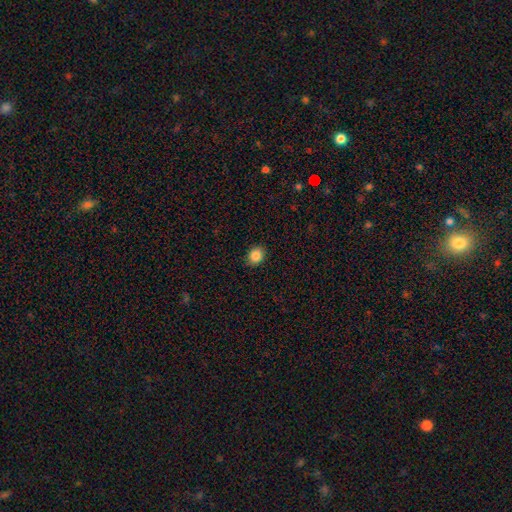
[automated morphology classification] Smooth or featured?
  - smooth: 86% *
  - star or artifact: 10%
  - featured or disk: 4%
How rounded?
  - round: 65% *
  - in between: 35%
  - cigar-shaped: 1%
Merging?
  - none: 89% *
  - minor disturbance: 8%
  - major disturbance: 2%
  - merger: 1%